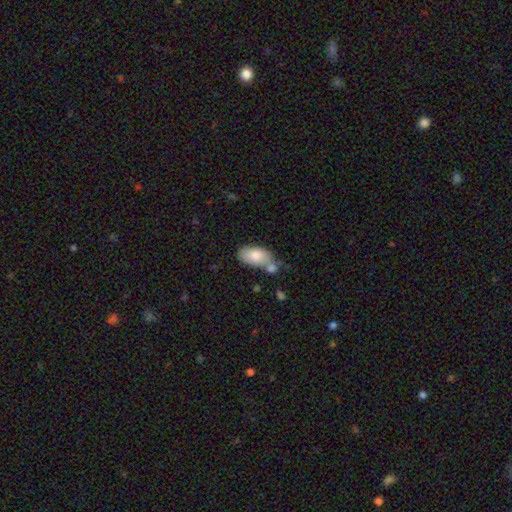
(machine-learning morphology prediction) The model was most divided on "merging": none: 48%, merger: 28%, minor disturbance: 19%, major disturbance: 6%. More confident: how rounded — in between (94%); smooth or featured — smooth (80%).